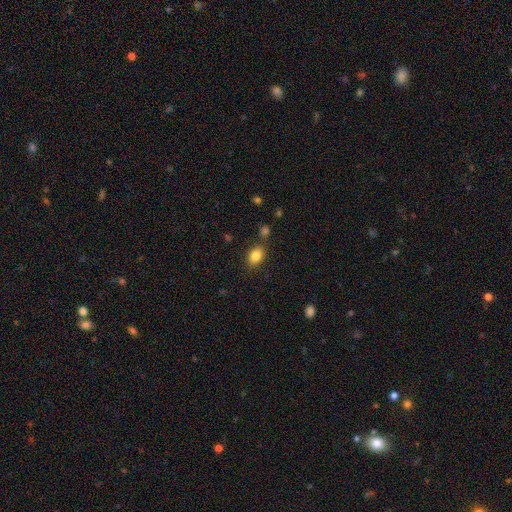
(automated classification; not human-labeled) smooth_or_featured: smooth (p=0.84) [alt: star or artifact p=0.09]
how_rounded: in between (p=0.77) [alt: round p=0.21]
merging: none (p=0.79) [alt: minor disturbance p=0.12]